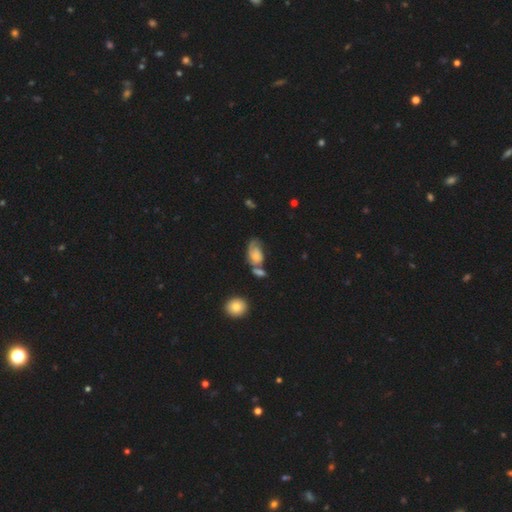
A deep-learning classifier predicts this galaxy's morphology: A featured or disk galaxy (57%) with no bar (73%), spiral arms (84%) and a small central bulge (36%).

Vote fractions:
- Smooth or featured? featured or disk: 57% / smooth: 34% / star or artifact: 9%
- Edge-on disk? no: 96% / yes: 4%
- Bar? no: 73% / weak: 23% / strong: 4%
- Spiral arms? yes: 84% / no: 16%
- Bulge size? small: 36% / none: 28% / moderate: 22% / large: 11% / dominant: 3%
- Merging? none: 35% / merger: 24% / minor disturbance: 22% / major disturbance: 19%